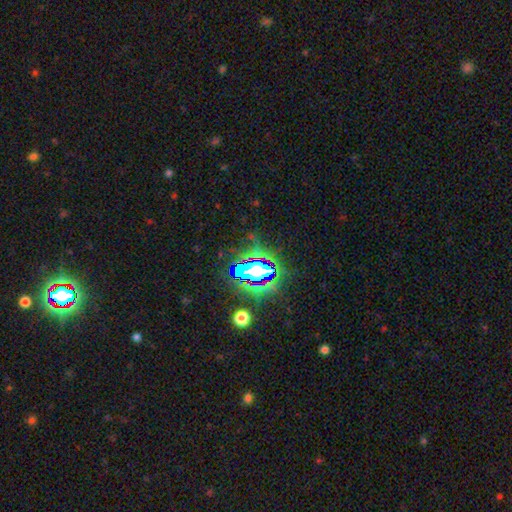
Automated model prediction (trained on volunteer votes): Smooth or featured?
  - star or artifact: 82% *
  - smooth: 11%
  - featured or disk: 8%